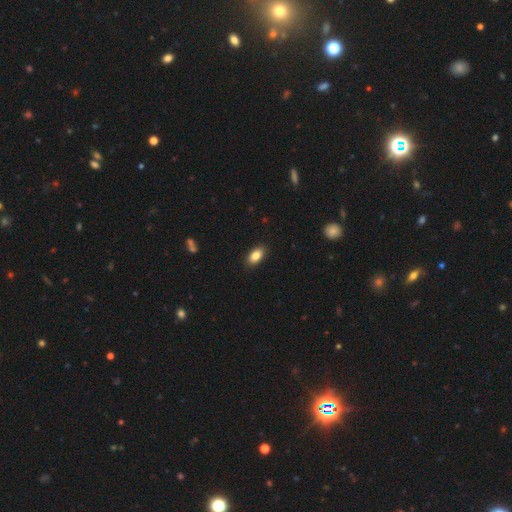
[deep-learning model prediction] This is clearly a smooth galaxy (85%). How rounded: clearly in between (92%). Merging: clearly none (88%).